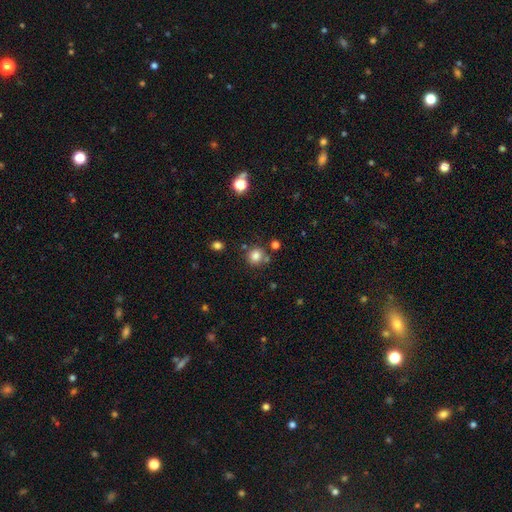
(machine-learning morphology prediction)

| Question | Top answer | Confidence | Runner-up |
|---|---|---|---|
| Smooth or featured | smooth | 82% | star or artifact (12%) |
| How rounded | round | 89% | in between (10%) |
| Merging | none | 75% | merger (11%) |